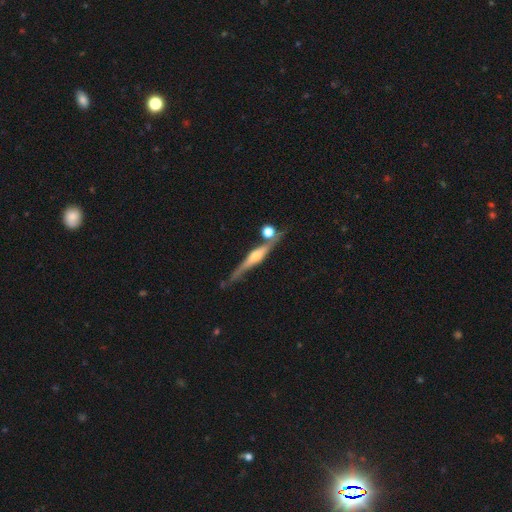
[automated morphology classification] smooth-or-featured: featured or disk: 79% | smooth: 14% | star or artifact: 6%
  disk-edge-on: yes: 96% | no: 4%
    edge-on-bulge: rounded: 82% | boxy: 12% | none: 6%
  merging: none: 72% | minor disturbance: 13% | merger: 11% | major disturbance: 4%